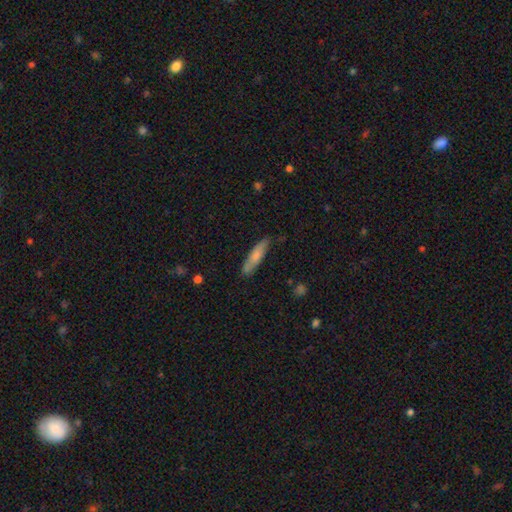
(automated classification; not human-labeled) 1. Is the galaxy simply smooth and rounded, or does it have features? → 72% smooth, 23% featured or disk, 6% star or artifact.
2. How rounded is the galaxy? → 80% cigar-shaped, 18% in between, 2% round.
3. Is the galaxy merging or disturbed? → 80% none, 15% minor disturbance, 3% major disturbance, 2% merger.